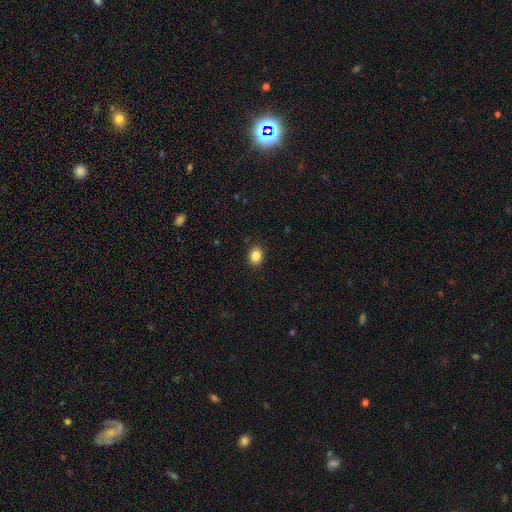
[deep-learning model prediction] Smooth or featured? smooth (86%)
How rounded? in between (58%)
Merging? none (89%)